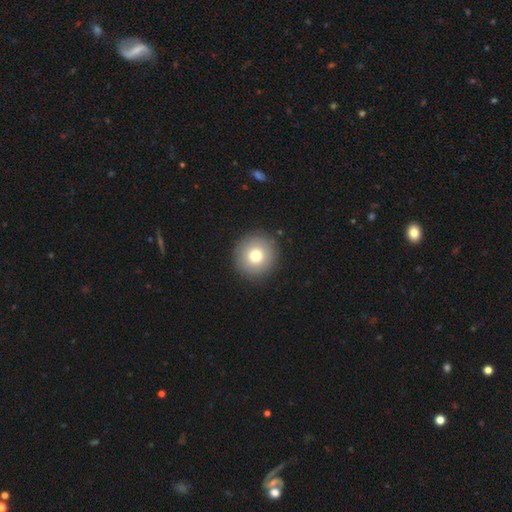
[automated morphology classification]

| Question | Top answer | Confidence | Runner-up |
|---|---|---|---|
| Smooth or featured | smooth | 77% | featured or disk (14%) |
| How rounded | round | 94% | in between (5%) |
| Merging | none | 90% | minor disturbance (6%) |